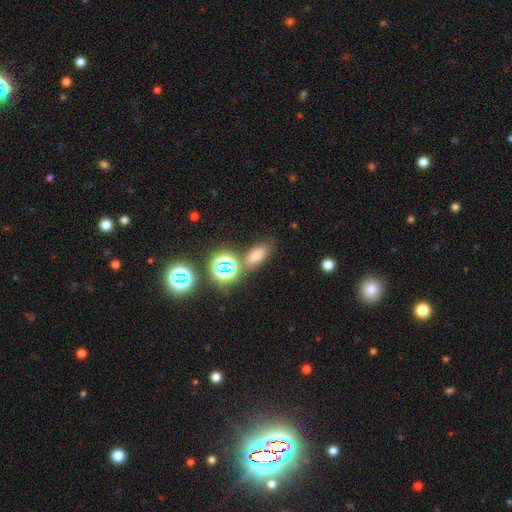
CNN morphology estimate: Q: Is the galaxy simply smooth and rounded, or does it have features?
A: smooth — 67%.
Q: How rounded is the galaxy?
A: in between — 78%.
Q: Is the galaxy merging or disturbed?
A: none — 71%.